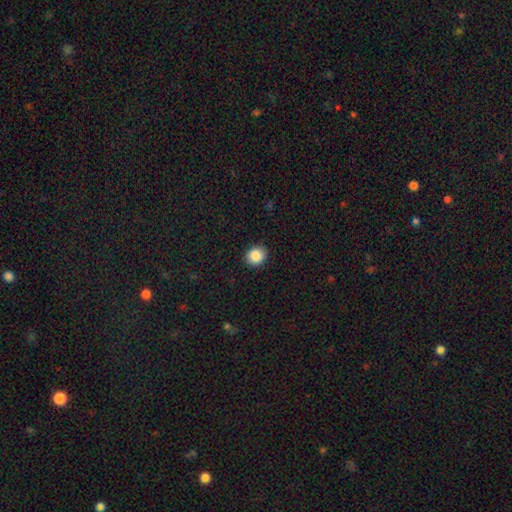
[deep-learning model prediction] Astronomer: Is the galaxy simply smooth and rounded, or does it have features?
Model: smooth — 88%.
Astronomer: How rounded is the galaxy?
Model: round — 77%.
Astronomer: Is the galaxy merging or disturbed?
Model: none — 90%.